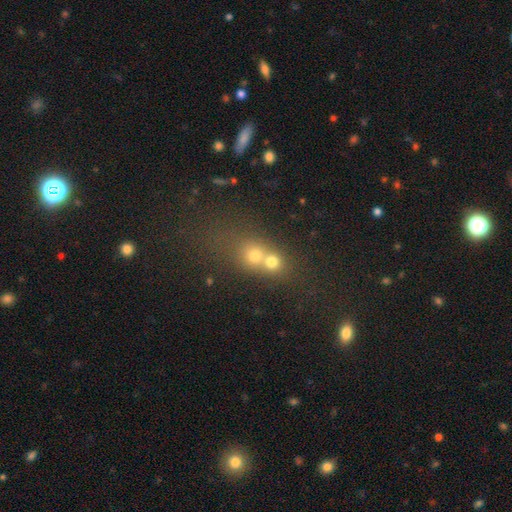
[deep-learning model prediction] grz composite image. It shows a smooth galaxy with no disk features (63%) that is round (71%). Merging: merger (64%).